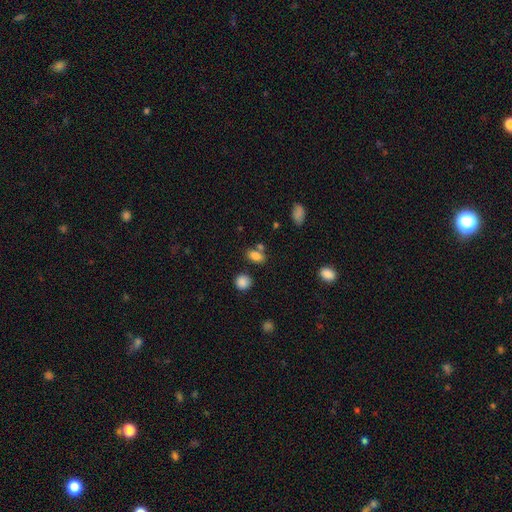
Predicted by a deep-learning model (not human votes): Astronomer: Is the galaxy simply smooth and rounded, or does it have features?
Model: smooth — 82%.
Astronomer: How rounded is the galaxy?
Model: in between — 81%.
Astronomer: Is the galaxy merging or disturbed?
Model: none — 62%.